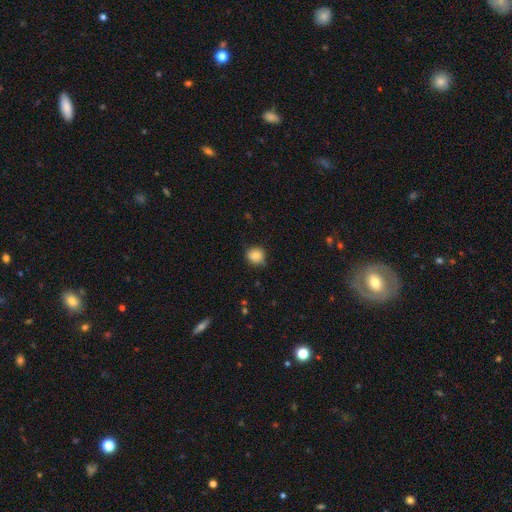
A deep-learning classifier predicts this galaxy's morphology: smooth-or-featured: smooth: 83% | star or artifact: 10% | featured or disk: 7%
  how-rounded: round: 80% | in between: 19% | cigar-shaped: 1%
  merging: none: 75% | minor disturbance: 20% | major disturbance: 3% | merger: 1%